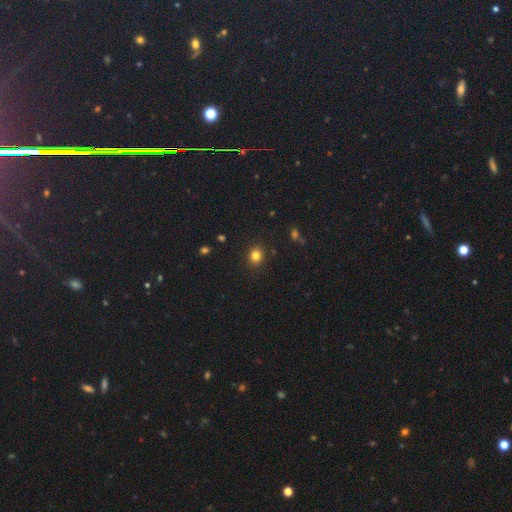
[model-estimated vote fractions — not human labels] smooth_or_featured: smooth (p=0.81) [alt: star or artifact p=0.13]
how_rounded: round (p=0.68) [alt: in between p=0.31]
merging: none (p=0.89) [alt: minor disturbance p=0.08]